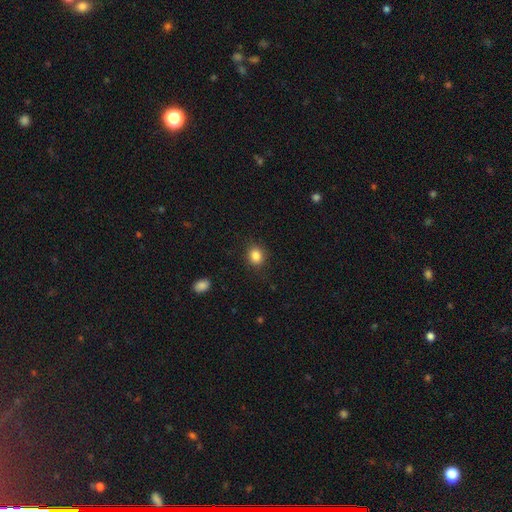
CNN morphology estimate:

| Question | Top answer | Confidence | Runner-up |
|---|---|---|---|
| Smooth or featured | smooth | 85% | star or artifact (10%) |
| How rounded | round | 69% | in between (31%) |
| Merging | none | 87% | minor disturbance (9%) |